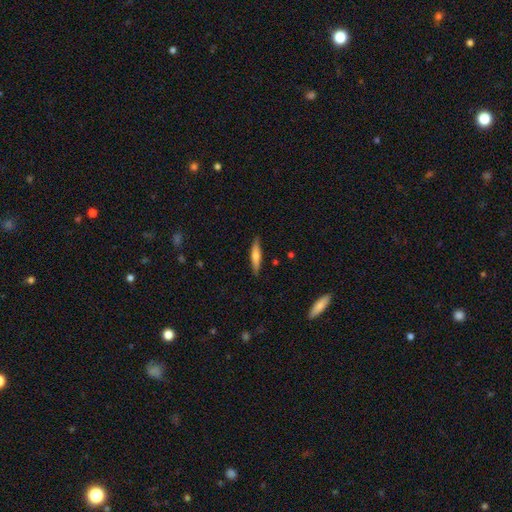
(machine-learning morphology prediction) type=smooth (57%); roundness=cigar-shaped (86%); merging=none (88%).